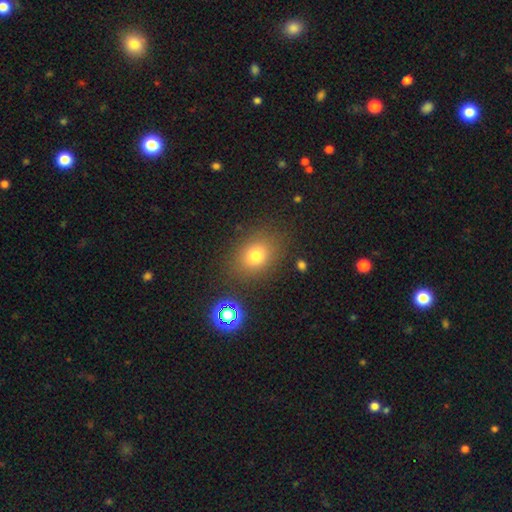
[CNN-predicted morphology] Smooth or featured?
  - smooth: 76% *
  - star or artifact: 15%
  - featured or disk: 9%
How rounded?
  - in between: 54% *
  - round: 44%
  - cigar-shaped: 1%
Merging?
  - none: 81% *
  - minor disturbance: 11%
  - major disturbance: 4%
  - merger: 4%